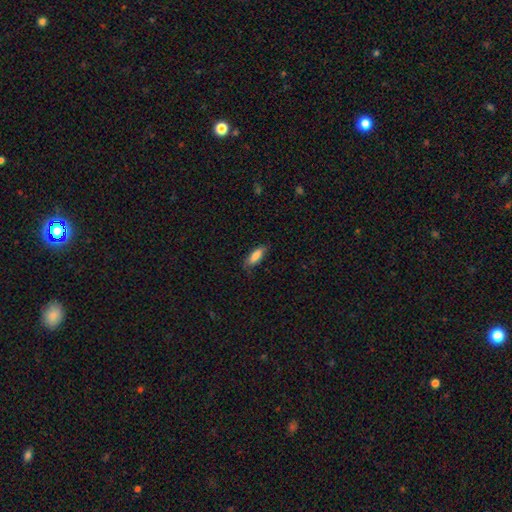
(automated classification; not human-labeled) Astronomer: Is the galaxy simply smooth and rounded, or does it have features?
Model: smooth — 83%.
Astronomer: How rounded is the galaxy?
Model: in between — 64%.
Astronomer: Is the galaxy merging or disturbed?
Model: none — 76%.